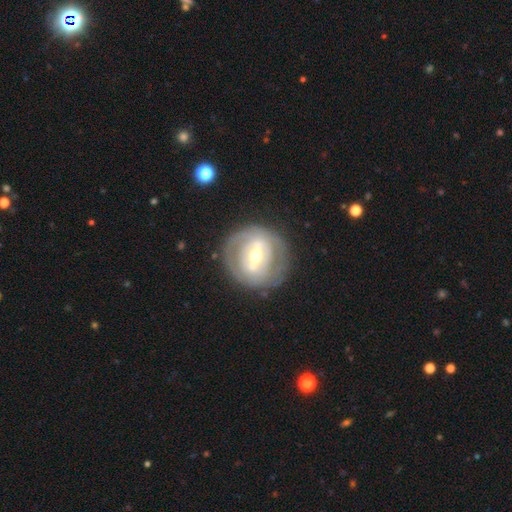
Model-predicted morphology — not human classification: A featured or disk galaxy (75%) with a strong bar (53%), spiral arms (51%) and a moderate central bulge (61%).

Vote fractions:
- Smooth or featured? featured or disk: 75% / smooth: 20% / star or artifact: 6%
- Edge-on disk? no: 94% / yes: 6%
- Bar? strong: 53% / weak: 33% / no: 14%
- Spiral arms? yes: 51% / no: 49%
- Bulge size? moderate: 61% / small: 32% / large: 5% / dominant: 1% / none: 1%
- Merging? none: 79% / minor disturbance: 13% / major disturbance: 7% / merger: 2%